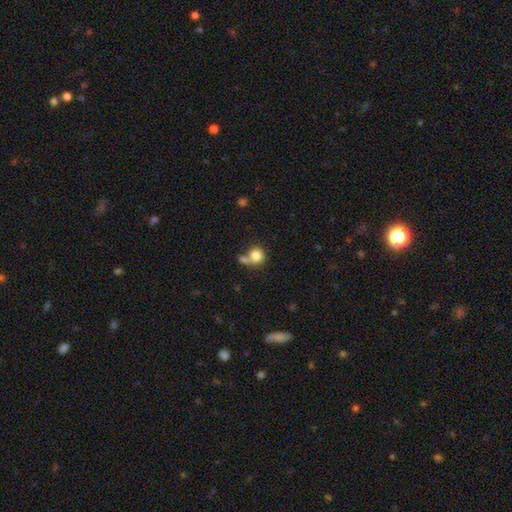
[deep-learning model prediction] This appears to be a smooth galaxy with no disk features (82%) that is round (87%). Merging: none (47%).